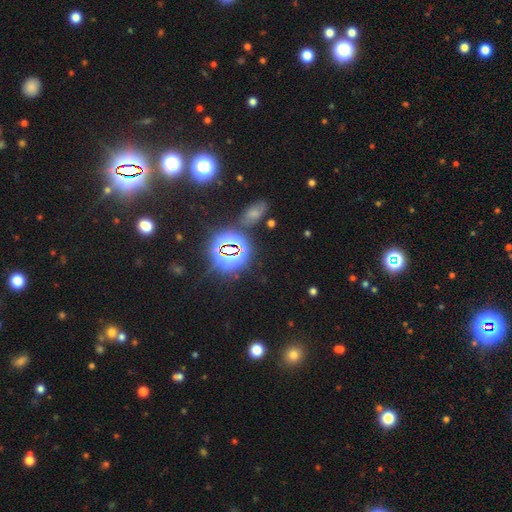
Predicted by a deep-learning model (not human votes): smooth_or_featured: star or artifact (p=0.79) [alt: smooth p=0.14]